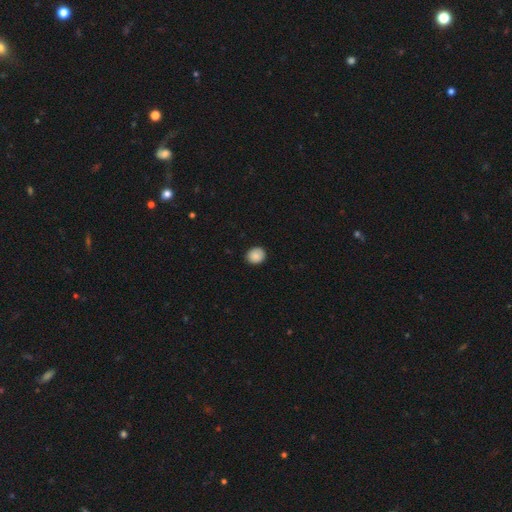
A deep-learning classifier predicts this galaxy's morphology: Smooth or featured? smooth (87%)
How rounded? round (75%)
Merging? none (88%)